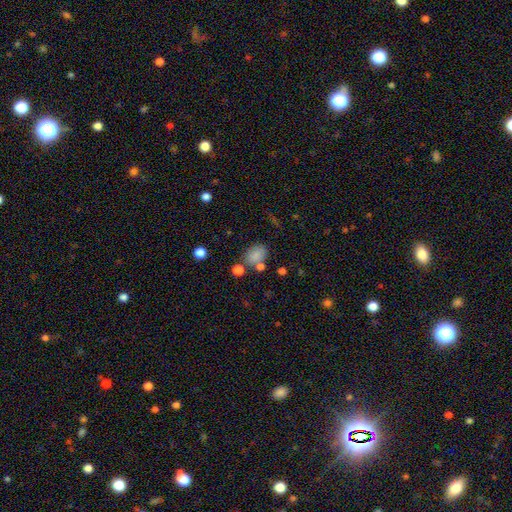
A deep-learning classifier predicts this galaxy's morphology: Smooth or featured?
  - smooth: 81% *
  - star or artifact: 12%
  - featured or disk: 7%
How rounded?
  - in between: 76% *
  - round: 22%
  - cigar-shaped: 1%
Merging?
  - none: 63% *
  - minor disturbance: 16%
  - merger: 15%
  - major disturbance: 6%